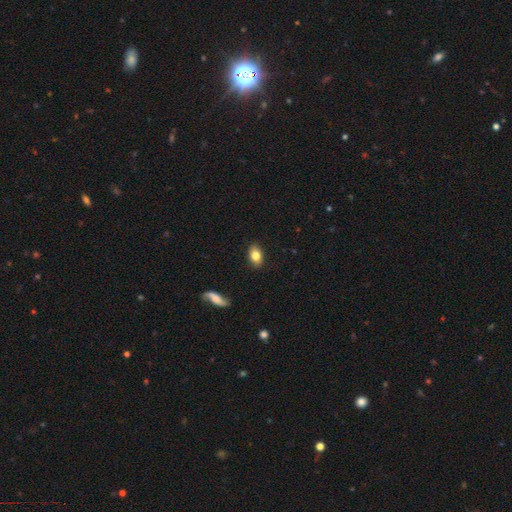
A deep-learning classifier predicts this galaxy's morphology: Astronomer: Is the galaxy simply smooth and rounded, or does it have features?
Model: smooth — 82%.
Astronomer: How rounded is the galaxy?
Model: in between — 86%.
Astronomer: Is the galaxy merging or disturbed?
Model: none — 88%.